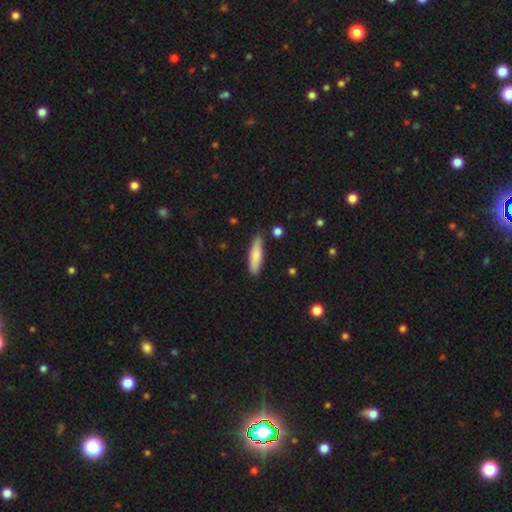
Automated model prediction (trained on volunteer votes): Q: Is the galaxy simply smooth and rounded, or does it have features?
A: smooth — 81%.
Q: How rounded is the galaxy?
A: cigar-shaped — 71%.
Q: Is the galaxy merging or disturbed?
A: none — 79%.